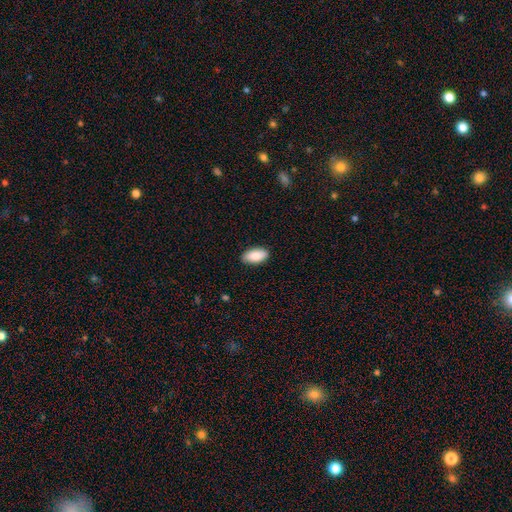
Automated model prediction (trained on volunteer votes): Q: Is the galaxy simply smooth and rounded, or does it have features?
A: smooth — 88%.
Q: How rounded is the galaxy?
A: in between — 94%.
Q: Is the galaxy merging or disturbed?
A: none — 87%.